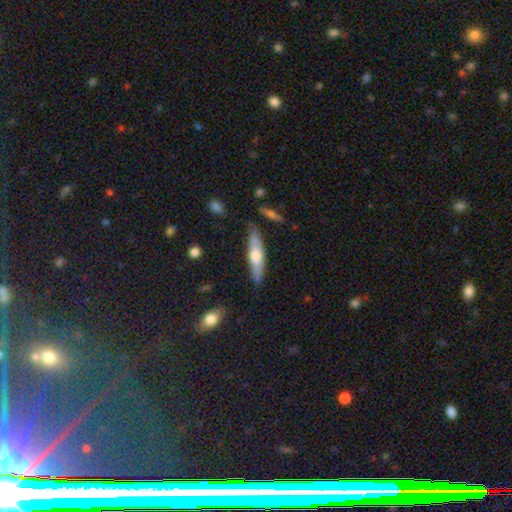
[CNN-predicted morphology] Smooth or featured? Predicted: smooth (p=0.48). Merging? Predicted: none (p=0.80).